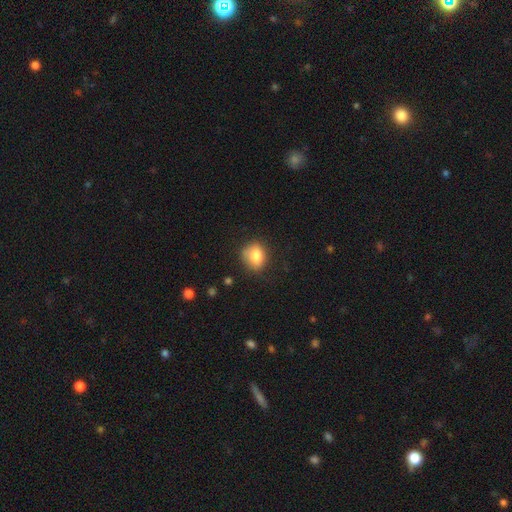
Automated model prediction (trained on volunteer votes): A smooth galaxy with no disk features (81%) that is round (53%). Merging: none (68%).